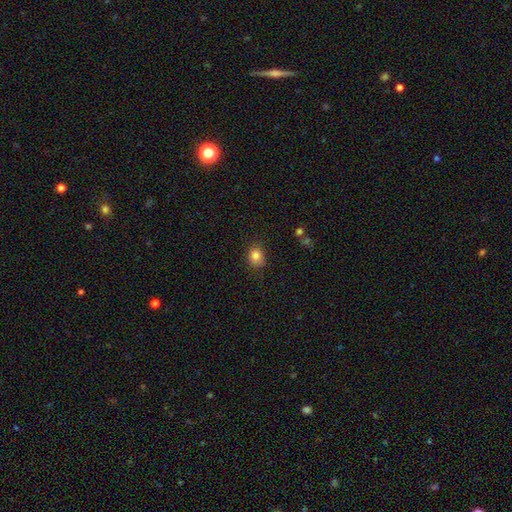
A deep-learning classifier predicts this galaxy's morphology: Q: Smooth or featured?
A: smooth (83%); runner-up: star or artifact (11%)
Q: How rounded?
A: round (61%); runner-up: in between (38%)
Q: Merging?
A: none (79%); runner-up: minor disturbance (16%)